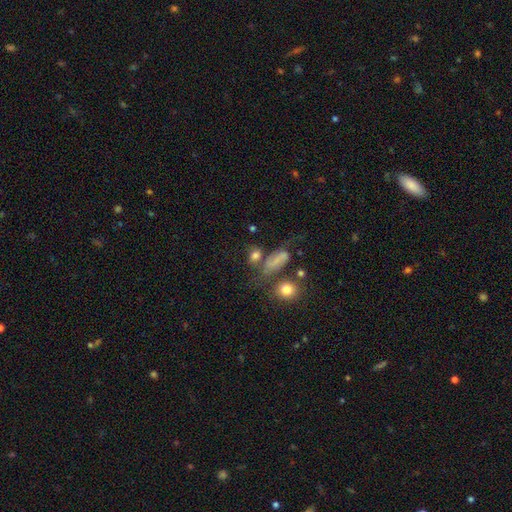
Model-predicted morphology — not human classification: Q: Smooth or featured?
A: smooth (70%); runner-up: featured or disk (16%)
Q: How rounded?
A: in between (59%); runner-up: round (36%)
Q: Merging?
A: none (42%); runner-up: merger (25%)